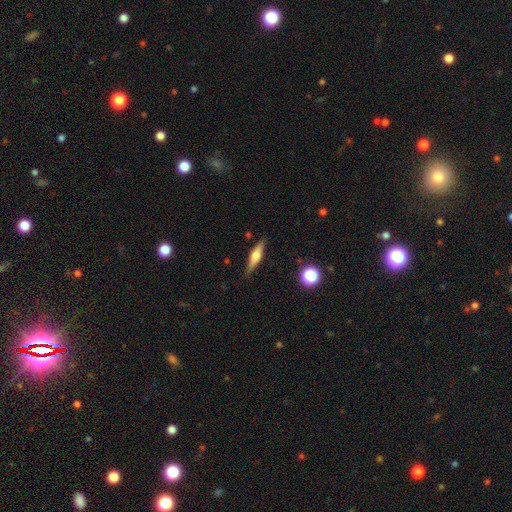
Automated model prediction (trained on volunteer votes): smooth-or-featured: featured or disk: 56% | smooth: 37% | star or artifact: 7%
  disk-edge-on: yes: 95% | no: 5%
    edge-on-bulge: rounded: 85% | boxy: 11% | none: 4%
  merging: none: 86% | minor disturbance: 11% | major disturbance: 2% | merger: 1%